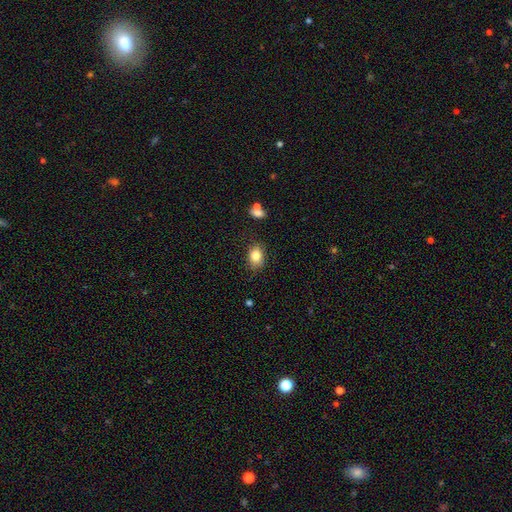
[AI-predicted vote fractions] Smooth or featured?
  - smooth: 83% *
  - star or artifact: 9%
  - featured or disk: 8%
How rounded?
  - in between: 73% *
  - round: 25%
  - cigar-shaped: 1%
Merging?
  - none: 80% *
  - minor disturbance: 15%
  - major disturbance: 3%
  - merger: 2%